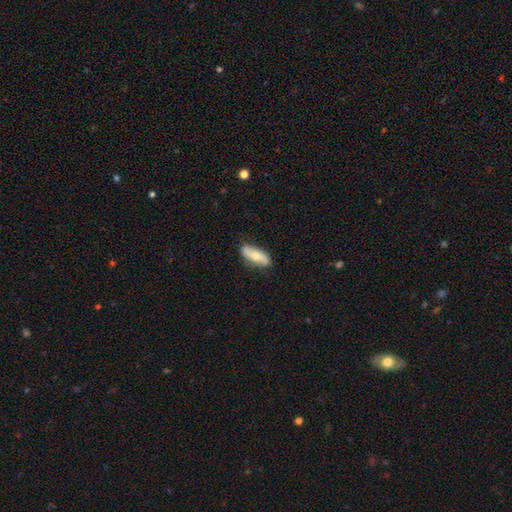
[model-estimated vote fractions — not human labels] smooth_or_featured: smooth (p=0.62) [alt: featured or disk p=0.33]
how_rounded: in between (p=0.68) [alt: cigar-shaped p=0.29]
merging: none (p=0.80) [alt: minor disturbance p=0.16]